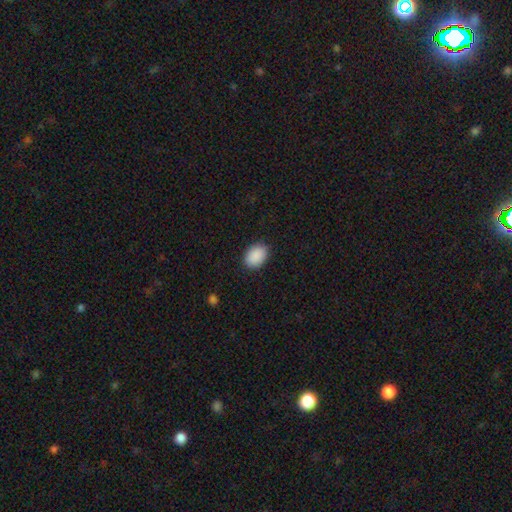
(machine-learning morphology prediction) Smooth or featured? Predicted: smooth (p=0.91). How rounded? Predicted: in between (p=0.78). Merging? Predicted: none (p=0.87).